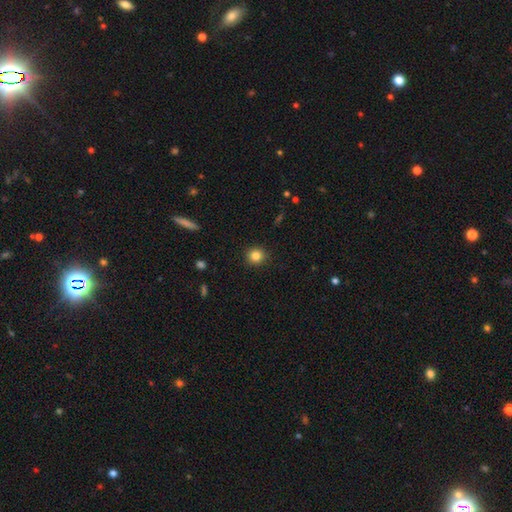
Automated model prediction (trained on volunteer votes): smooth-or-featured: smooth: 83% | star or artifact: 11% | featured or disk: 5%
  how-rounded: round: 92% | in between: 7% | cigar-shaped: 1%
  merging: none: 91% | minor disturbance: 6% | major disturbance: 2% | merger: 1%